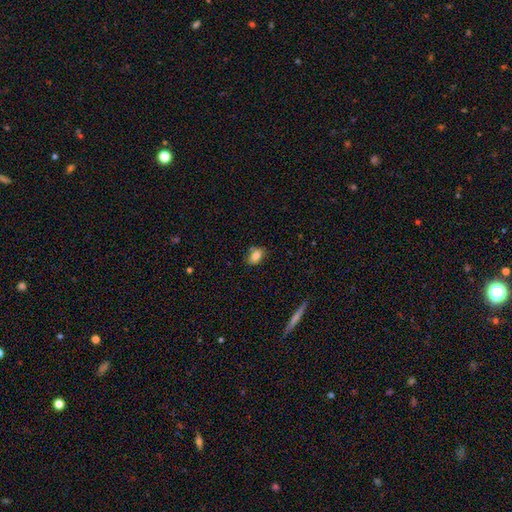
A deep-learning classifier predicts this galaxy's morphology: The model was most divided on "merging": none: 70%, minor disturbance: 20%, merger: 6%, major disturbance: 4%. More confident: how rounded — in between (81%); smooth or featured — smooth (81%).